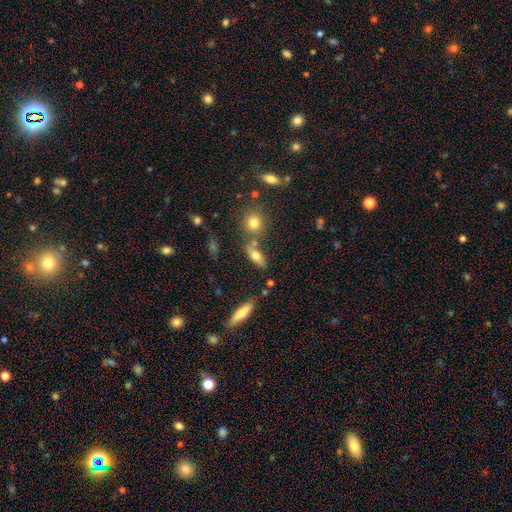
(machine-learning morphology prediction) Smooth or featured? Predicted: smooth (p=0.70). How rounded? Predicted: in between (p=0.68). Merging? Predicted: none (p=0.59).